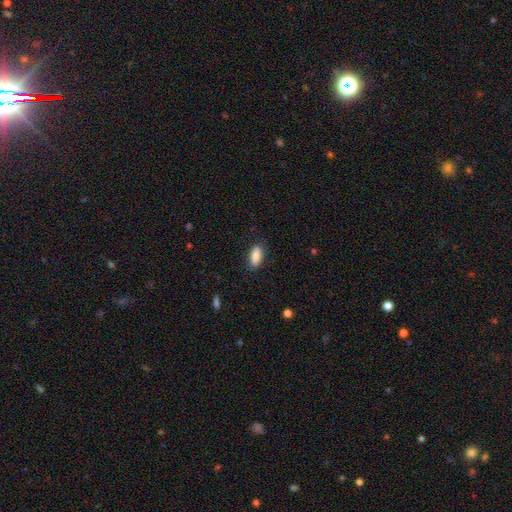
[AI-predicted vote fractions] Smooth or featured: smooth — 86% (featured or disk — 7%)
How rounded: in between — 79% (cigar-shaped — 19%)
Merging: none — 85% (minor disturbance — 11%)